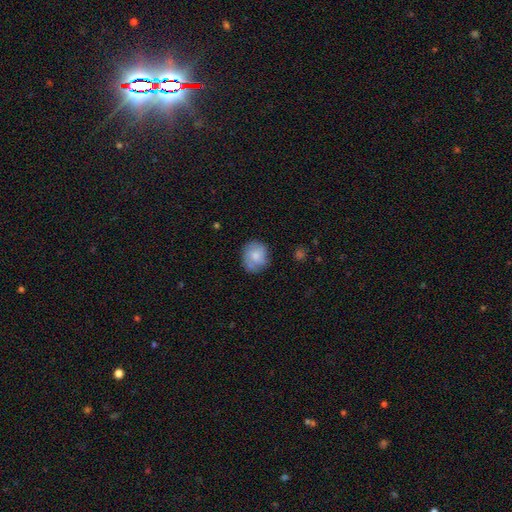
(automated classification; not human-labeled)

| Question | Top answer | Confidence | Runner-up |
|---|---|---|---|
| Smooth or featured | smooth | 69% | featured or disk (24%) |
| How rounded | round | 76% | in between (23%) |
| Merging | none | 68% | minor disturbance (22%) |